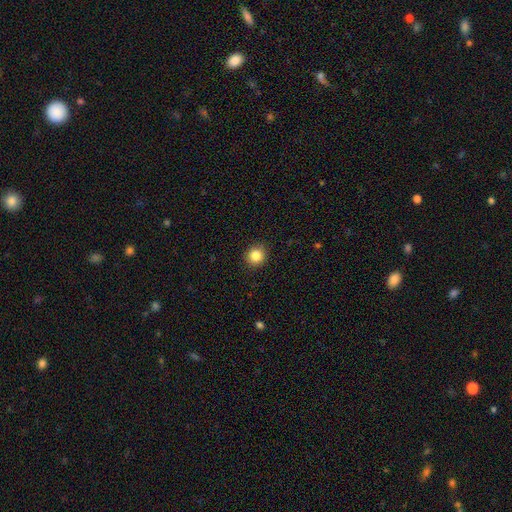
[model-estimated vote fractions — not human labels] This is clearly a smooth galaxy (85%). How rounded: clearly round (89%). Merging: clearly none (91%).